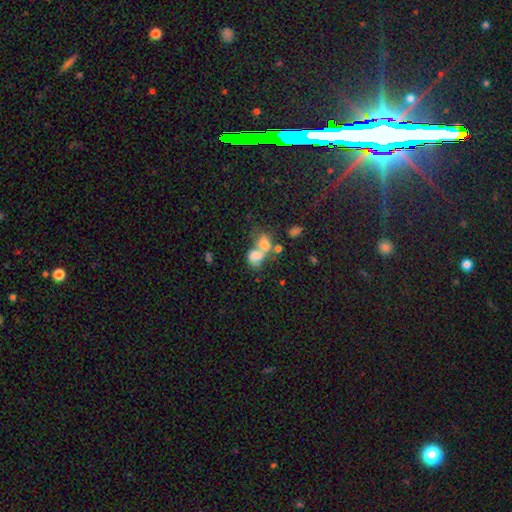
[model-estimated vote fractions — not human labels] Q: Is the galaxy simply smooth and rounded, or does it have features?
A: smooth — 67%.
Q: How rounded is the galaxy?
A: in between — 63%.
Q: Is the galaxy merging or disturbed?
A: merger — 71%.